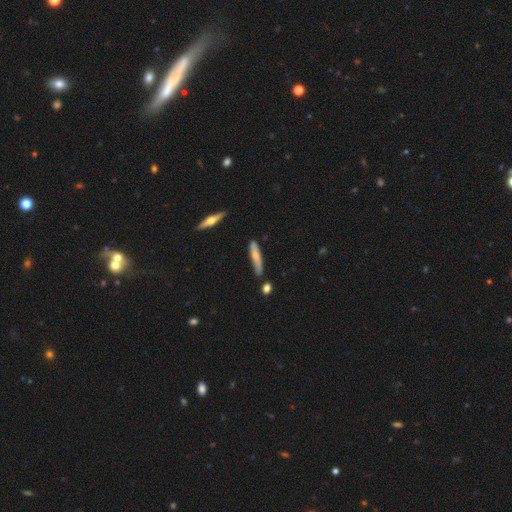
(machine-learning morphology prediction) This is possibly a smooth galaxy (60%). How rounded: clearly cigar-shaped (87%). Merging: likely none (69%).